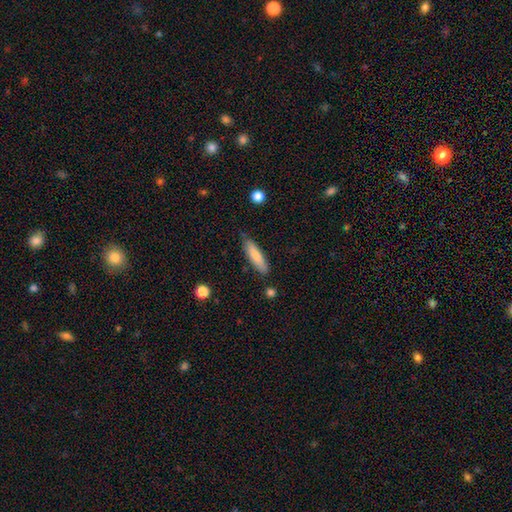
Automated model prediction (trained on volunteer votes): This is likely a smooth galaxy (80%). How rounded: likely cigar-shaped (74%). Merging: clearly none (80%).